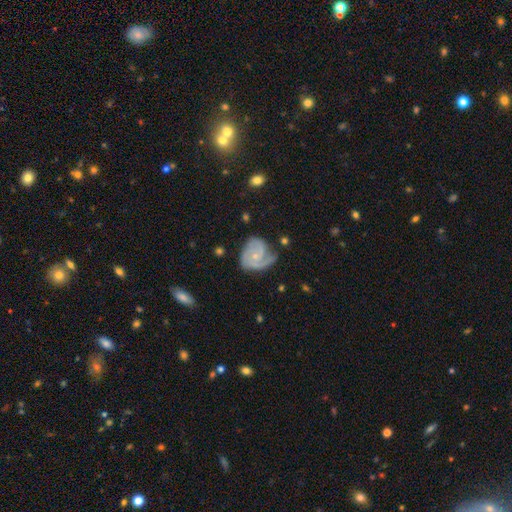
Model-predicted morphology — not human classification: A featured or disk galaxy (85%) with no bar (72%), 2 (42%) tight (52%) spiral arms (97%) and a small central bulge (73%).

Vote fractions:
- Smooth or featured? featured or disk: 85% / smooth: 10% / star or artifact: 5%
- Edge-on disk? no: 98% / yes: 2%
- Bar? no: 72% / weak: 24% / strong: 4%
- Spiral arms? yes: 97% / no: 3%
- Spiral winding? tight: 52% / medium: 39% / loose: 10%
- Spiral arm count? 2: 42% / 3: 34% / can't tell: 11% / 1: 7% / 4: 4% / more than 4: 3%
- Bulge size? small: 73% / moderate: 21% / none: 4% / large: 1% / dominant: 1%
- Merging? none: 58% / minor disturbance: 26% / major disturbance: 14% / merger: 3%